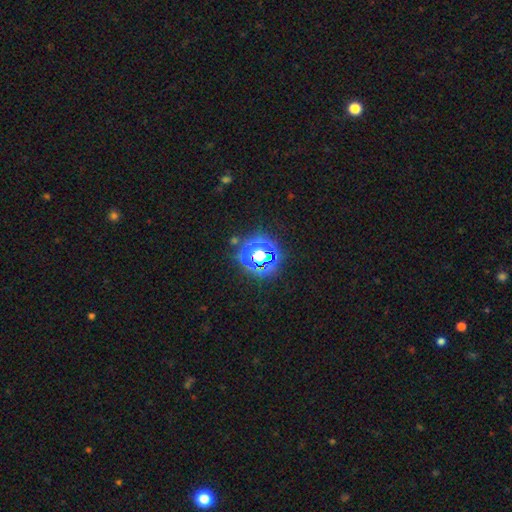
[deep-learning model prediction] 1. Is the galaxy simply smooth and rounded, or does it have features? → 57% star or artifact, 31% smooth, 12% featured or disk.